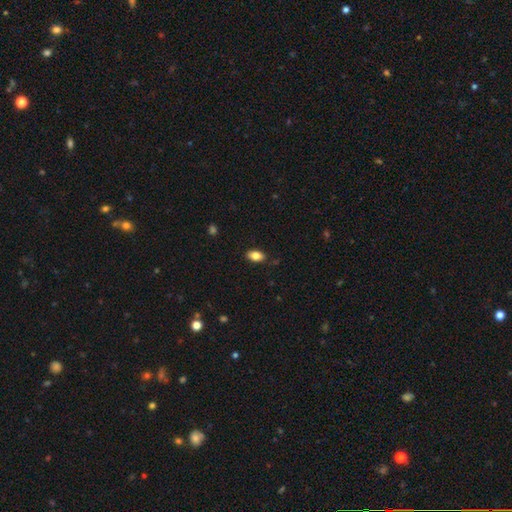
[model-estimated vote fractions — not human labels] Smooth or featured?
  - smooth: 83% *
  - featured or disk: 9%
  - star or artifact: 8%
How rounded?
  - in between: 91% *
  - round: 7%
  - cigar-shaped: 3%
Merging?
  - none: 86% *
  - minor disturbance: 11%
  - major disturbance: 2%
  - merger: 1%